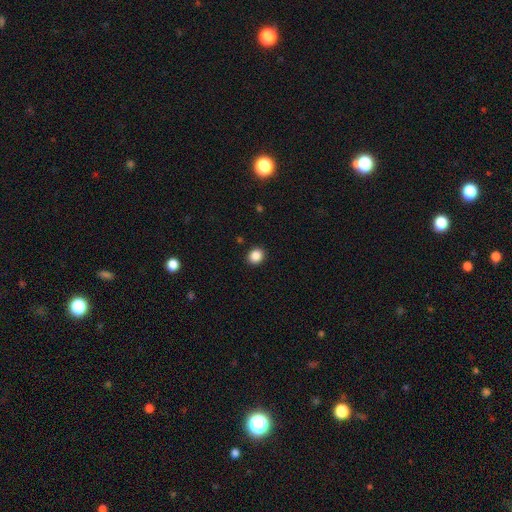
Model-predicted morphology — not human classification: Smooth or featured? smooth (87%)
How rounded? round (70%)
Merging? none (91%)